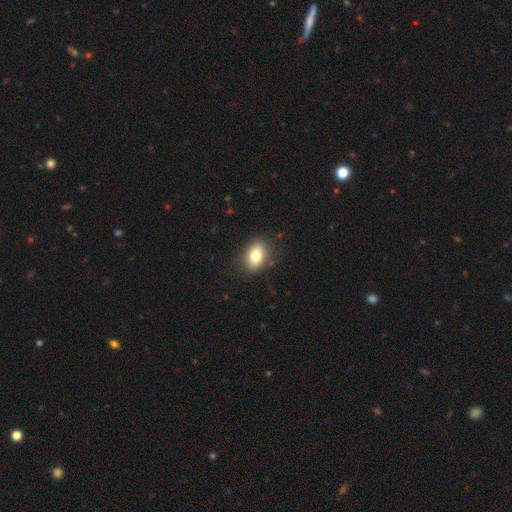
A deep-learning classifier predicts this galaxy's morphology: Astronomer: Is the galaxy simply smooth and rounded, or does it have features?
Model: smooth — 79%.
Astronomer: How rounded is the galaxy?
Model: in between — 78%.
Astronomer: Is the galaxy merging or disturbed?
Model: none — 85%.